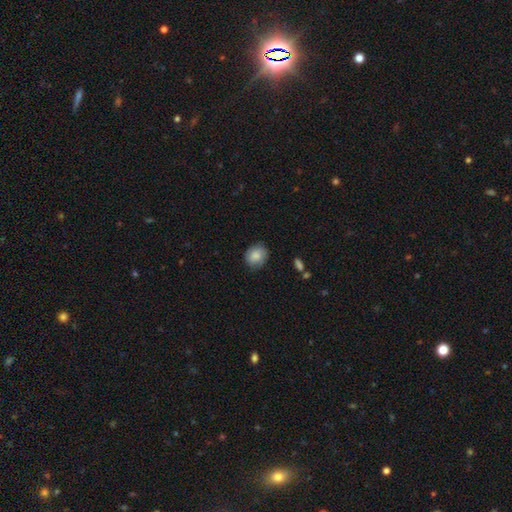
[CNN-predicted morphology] The model was most divided on "how rounded": round: 64%, in between: 35%, cigar-shaped: 1%. More confident: smooth or featured — smooth (83%); merging — none (77%).